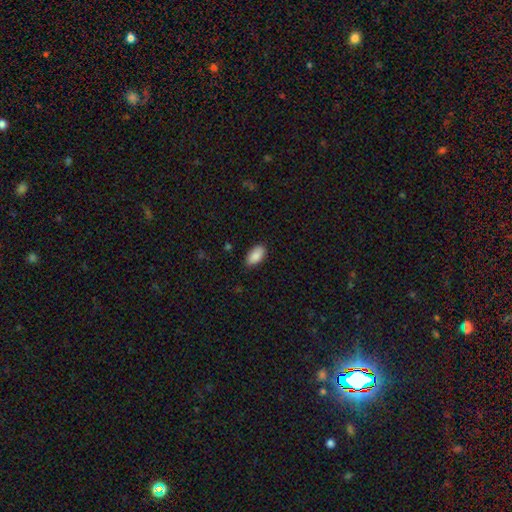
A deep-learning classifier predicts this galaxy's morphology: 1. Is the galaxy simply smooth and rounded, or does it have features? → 88% smooth, 7% star or artifact, 5% featured or disk.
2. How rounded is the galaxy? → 95% in between, 3% round, 2% cigar-shaped.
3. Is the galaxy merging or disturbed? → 84% none, 13% minor disturbance, 2% major disturbance, 1% merger.